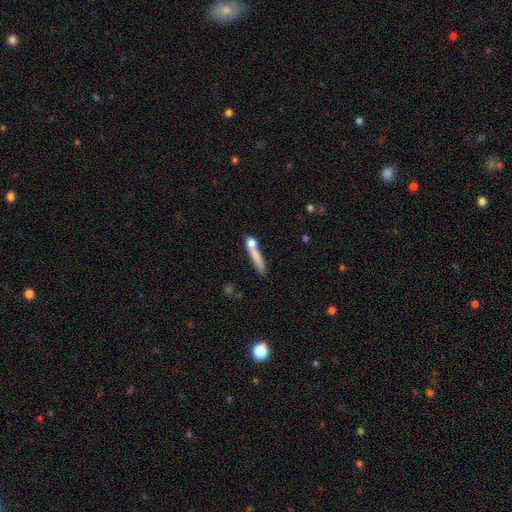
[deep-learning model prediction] smooth-or-featured: smooth: 69% | featured or disk: 22% | star or artifact: 9%
  how-rounded: cigar-shaped: 83% | in between: 11% | round: 6%
  merging: none: 50% | merger: 24% | minor disturbance: 16% | major disturbance: 9%